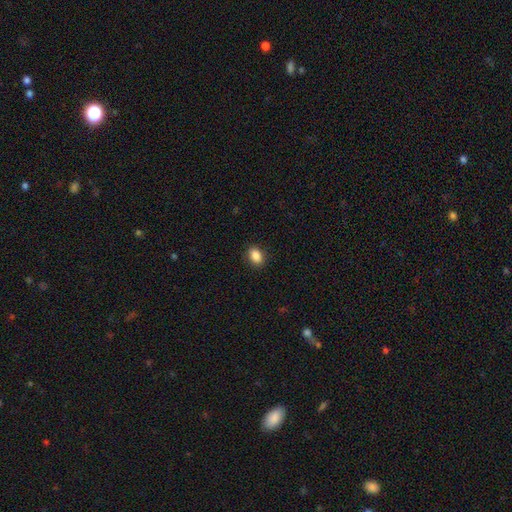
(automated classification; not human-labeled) This is clearly a smooth galaxy (88%). How rounded: likely in between (75%). Merging: clearly none (89%).